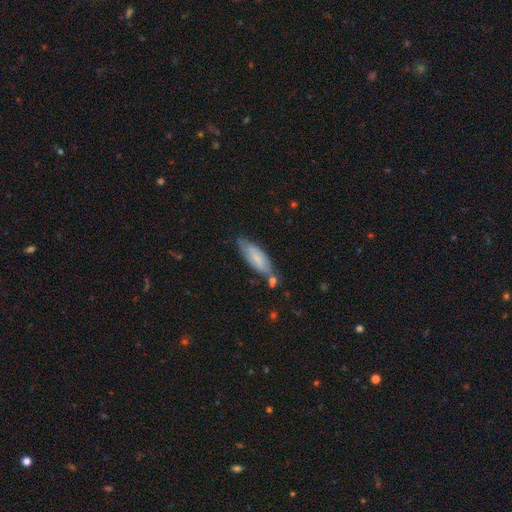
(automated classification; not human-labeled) This is likely a smooth galaxy (63%). How rounded: possibly in between (55%). Merging: likely none (64%).